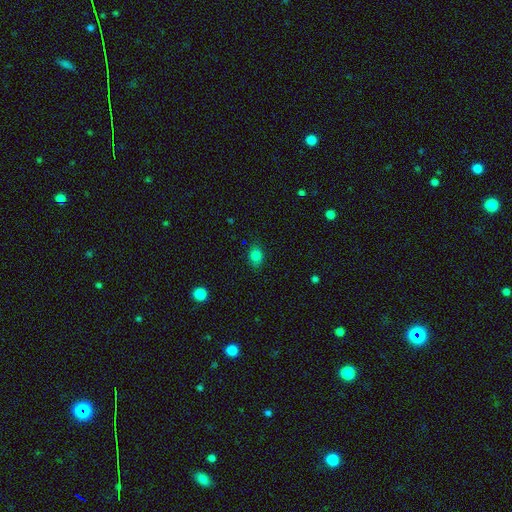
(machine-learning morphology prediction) smooth_or_featured: smooth (p=0.81) [alt: star or artifact p=0.13]
how_rounded: in between (p=0.63) [alt: round p=0.35]
merging: none (p=0.84) [alt: minor disturbance p=0.12]